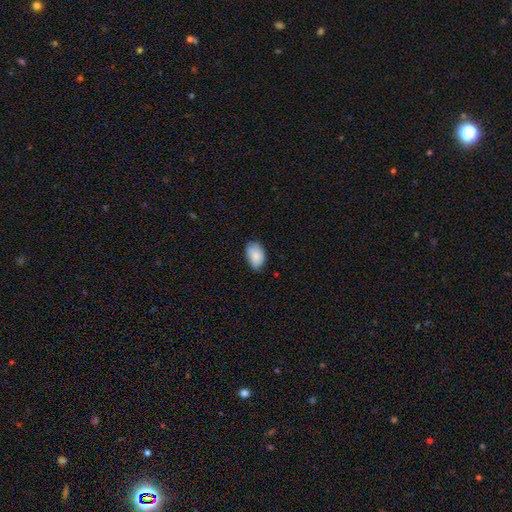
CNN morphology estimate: Q: Smooth or featured?
A: smooth (85%); runner-up: featured or disk (9%)
Q: How rounded?
A: in between (90%); runner-up: round (9%)
Q: Merging?
A: none (68%); runner-up: minor disturbance (27%)